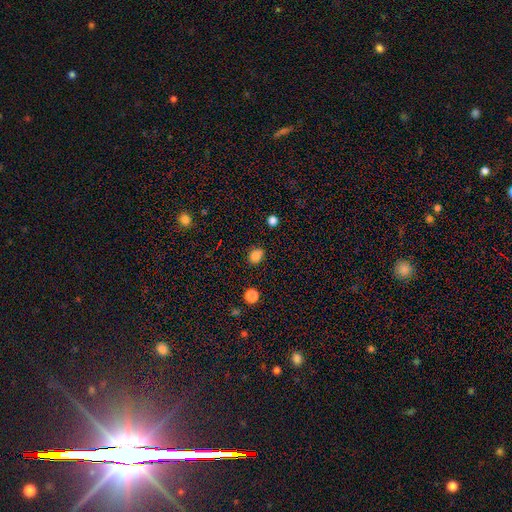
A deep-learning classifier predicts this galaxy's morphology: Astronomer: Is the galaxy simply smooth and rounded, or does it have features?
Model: smooth — 84%.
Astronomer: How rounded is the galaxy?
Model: in between — 55% (runner-up: round, 44%).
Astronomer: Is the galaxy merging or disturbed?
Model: none — 78%.